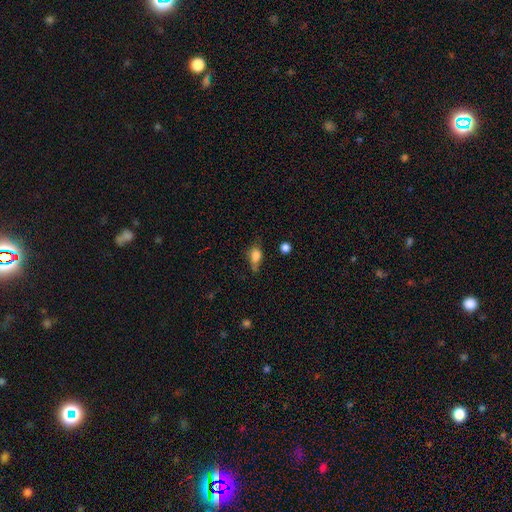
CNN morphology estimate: smooth_or_featured: smooth (p=0.76) [alt: featured or disk p=0.13]
how_rounded: in between (p=0.75) [alt: round p=0.19]
merging: none (p=0.42) [alt: minor disturbance p=0.34]